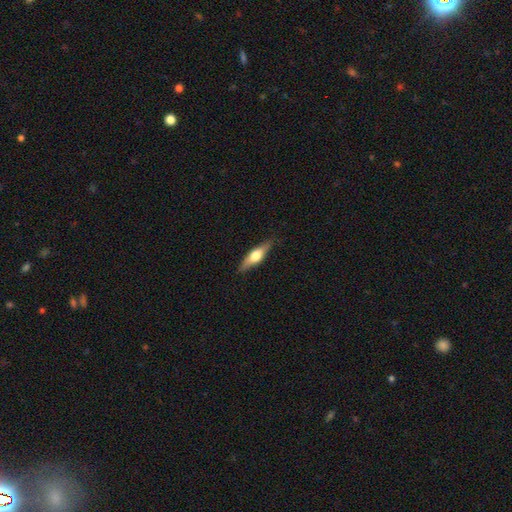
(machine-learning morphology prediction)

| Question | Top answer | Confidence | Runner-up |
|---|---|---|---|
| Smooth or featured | featured or disk | 53% | smooth (41%) |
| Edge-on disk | yes | 93% | no (7%) |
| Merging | none | 87% | minor disturbance (10%) |